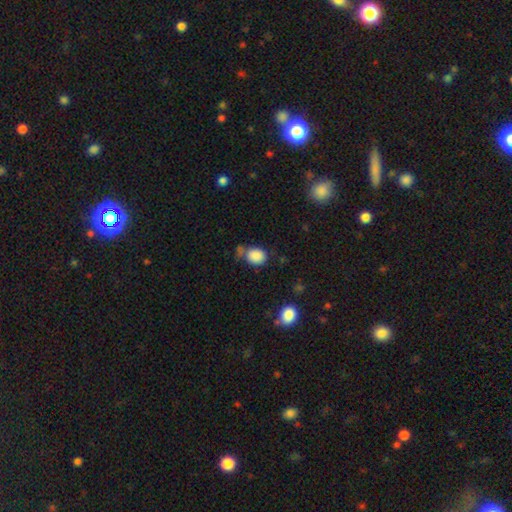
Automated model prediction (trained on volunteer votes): Smooth or featured? smooth (87%)
How rounded? round (53%)
Merging? none (62%)